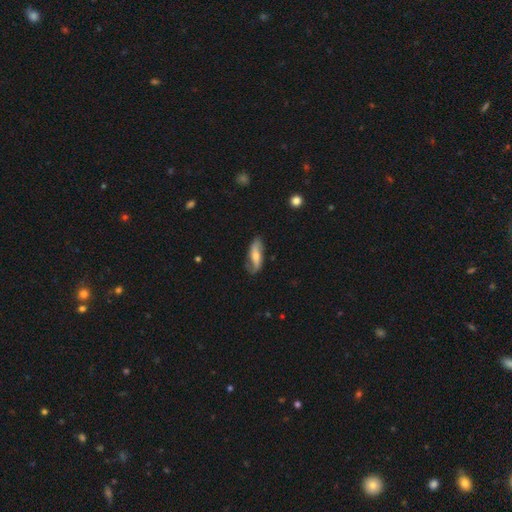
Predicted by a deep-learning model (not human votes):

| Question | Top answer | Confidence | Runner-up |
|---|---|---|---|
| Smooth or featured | featured or disk | 61% | smooth (33%) |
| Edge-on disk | no | 80% | yes (20%) |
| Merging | none | 73% | minor disturbance (20%) |